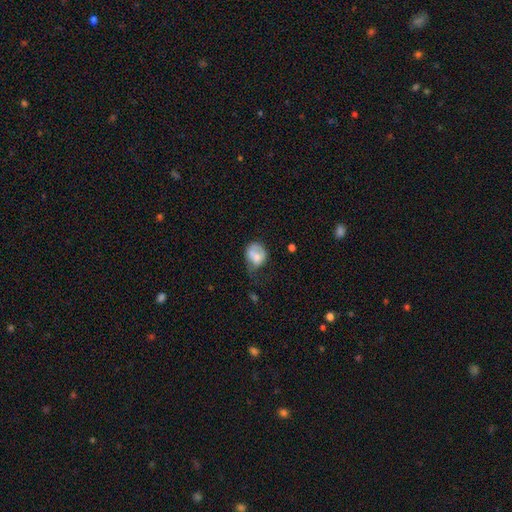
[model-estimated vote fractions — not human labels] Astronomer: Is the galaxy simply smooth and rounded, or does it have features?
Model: smooth — 64%.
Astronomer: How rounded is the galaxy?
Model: round — 51% (runner-up: in between, 48%).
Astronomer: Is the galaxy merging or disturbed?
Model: minor disturbance — 34% (runner-up: major disturbance, 30%).